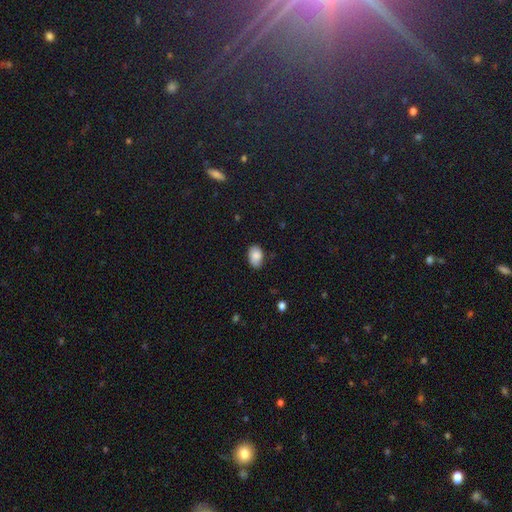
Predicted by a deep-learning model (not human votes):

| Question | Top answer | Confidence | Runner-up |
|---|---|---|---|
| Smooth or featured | smooth | 86% | star or artifact (8%) |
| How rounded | in between | 88% | round (11%) |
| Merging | none | 77% | minor disturbance (19%) |